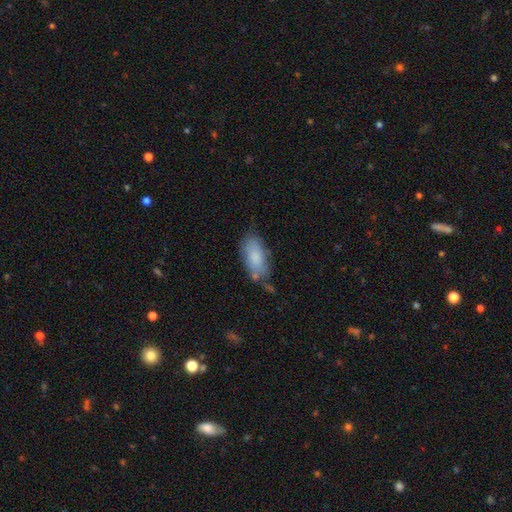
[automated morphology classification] This appears to be a smooth galaxy with no disk features (81%) that is in between round and cigar-shaped (89%). Merging: none (59%).